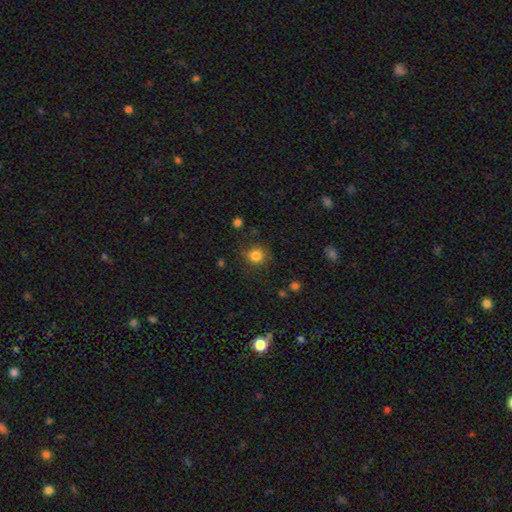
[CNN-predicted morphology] Smooth or featured?
  - smooth: 82% *
  - star or artifact: 12%
  - featured or disk: 6%
How rounded?
  - round: 89% *
  - in between: 10%
  - cigar-shaped: 1%
Merging?
  - none: 79% *
  - minor disturbance: 14%
  - major disturbance: 5%
  - merger: 2%